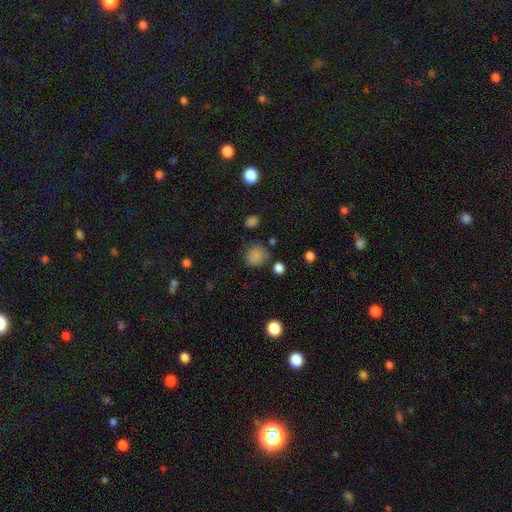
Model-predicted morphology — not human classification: A smooth galaxy with no disk features (82%) that is round (85%). Merging: none (72%).